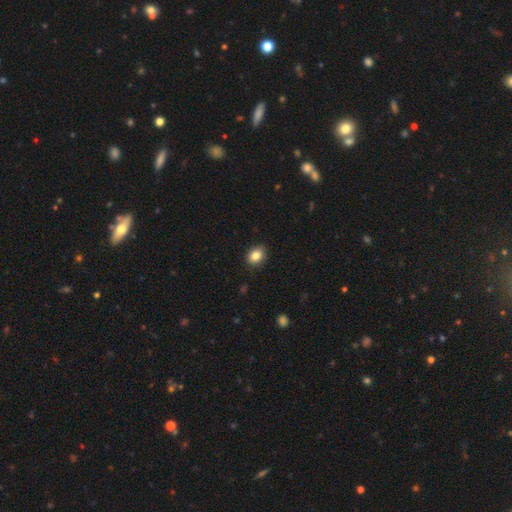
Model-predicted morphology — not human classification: A smooth galaxy with no disk features (85%) that is in between round and cigar-shaped (50%). Merging: none (88%).